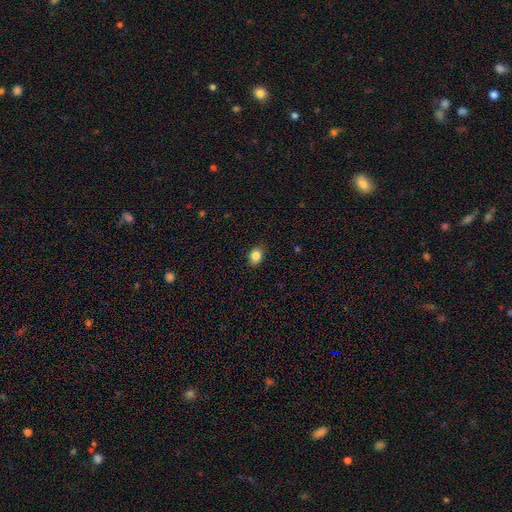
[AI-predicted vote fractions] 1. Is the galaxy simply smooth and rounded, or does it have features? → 85% smooth, 10% star or artifact, 5% featured or disk.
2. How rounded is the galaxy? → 53% in between, 46% round, 1% cigar-shaped.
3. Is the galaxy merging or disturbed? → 85% none, 11% minor disturbance, 2% major disturbance, 1% merger.